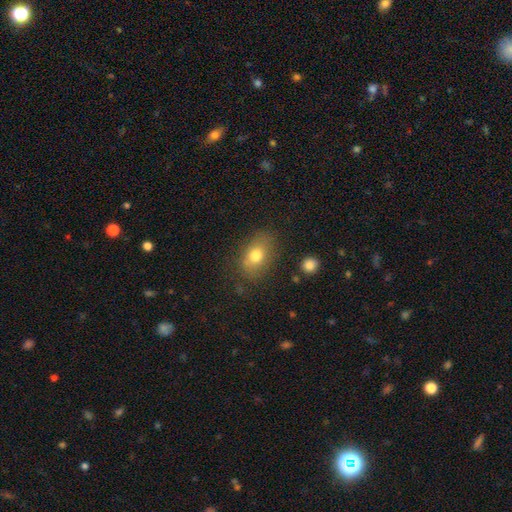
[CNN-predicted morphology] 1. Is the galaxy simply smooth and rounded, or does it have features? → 76% smooth, 14% featured or disk, 10% star or artifact.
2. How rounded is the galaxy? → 78% in between, 20% round, 2% cigar-shaped.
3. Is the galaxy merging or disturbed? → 75% none, 16% minor disturbance, 6% major disturbance, 2% merger.